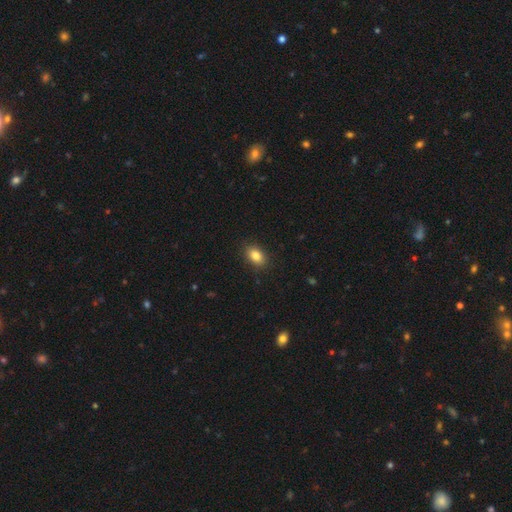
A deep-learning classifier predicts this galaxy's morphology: A smooth galaxy with no disk features (85%) that is in between round and cigar-shaped (84%). Merging: none (88%).